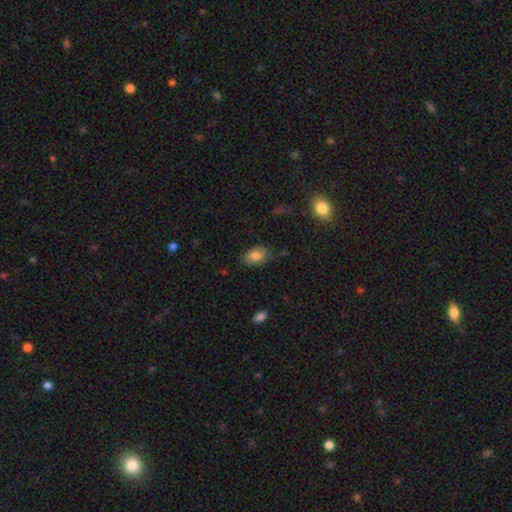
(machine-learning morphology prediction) type=smooth (80%); roundness=in between (86%); merging=none (75%).